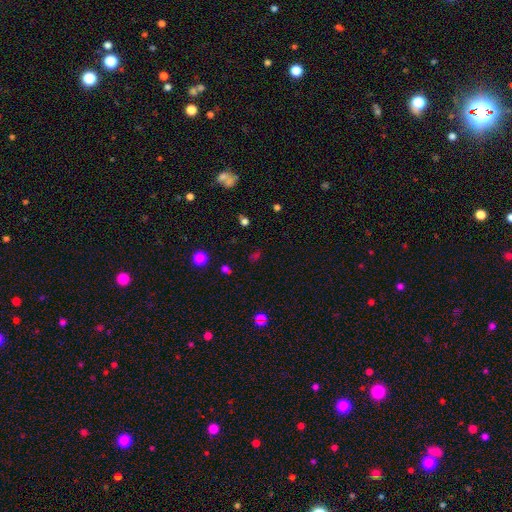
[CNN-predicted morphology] This is possibly a star or artifact rather than a galaxy (47%).